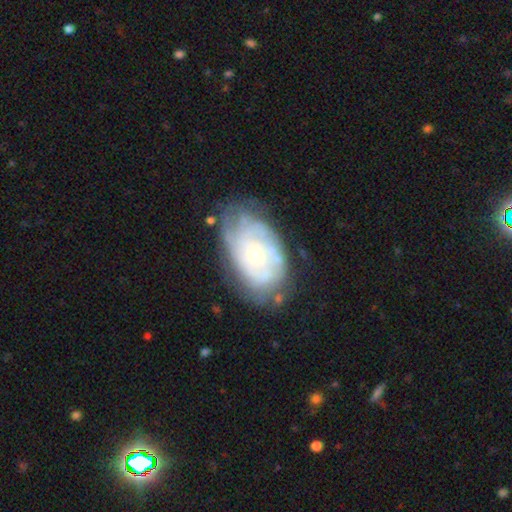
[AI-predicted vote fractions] smooth-or-featured: featured or disk: 74% | smooth: 20% | star or artifact: 6%
  disk-edge-on: no: 95% | yes: 5%
    bar: no: 82% | weak: 15% | strong: 3%
    has-spiral-arms: yes: 79% | no: 21%
      spiral-winding: tight: 72% | medium: 20% | loose: 7%
      spiral-arm-count: can't tell: 60% | 2: 13% | 3: 9% | 4: 8% | more than 4: 6% | 1: 4%
    bulge-size: small: 57% | moderate: 40% | large: 2% | none: 1% | dominant: 1%
  merging: none: 61% | minor disturbance: 26% | major disturbance: 11% | merger: 2%